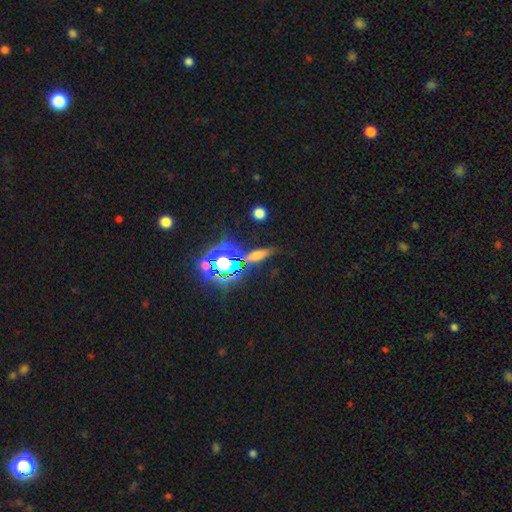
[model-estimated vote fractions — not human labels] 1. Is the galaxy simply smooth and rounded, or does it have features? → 40% smooth, 38% star or artifact, 23% featured or disk.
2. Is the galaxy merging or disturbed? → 76% none, 13% minor disturbance, 6% merger, 5% major disturbance.